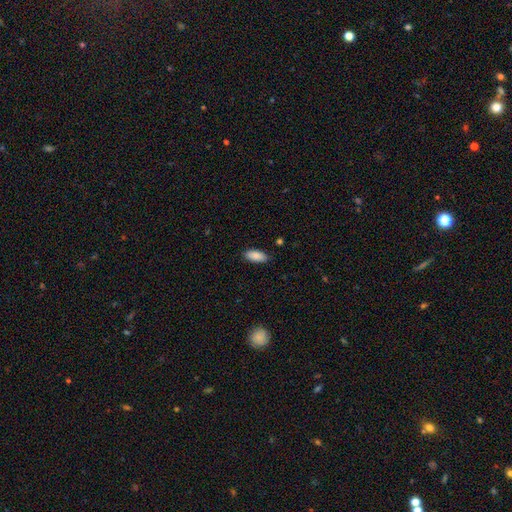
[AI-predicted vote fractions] Smooth or featured?
  - smooth: 89% *
  - star or artifact: 6%
  - featured or disk: 4%
How rounded?
  - in between: 86% *
  - cigar-shaped: 12%
  - round: 2%
Merging?
  - none: 87% *
  - minor disturbance: 10%
  - major disturbance: 2%
  - merger: 1%